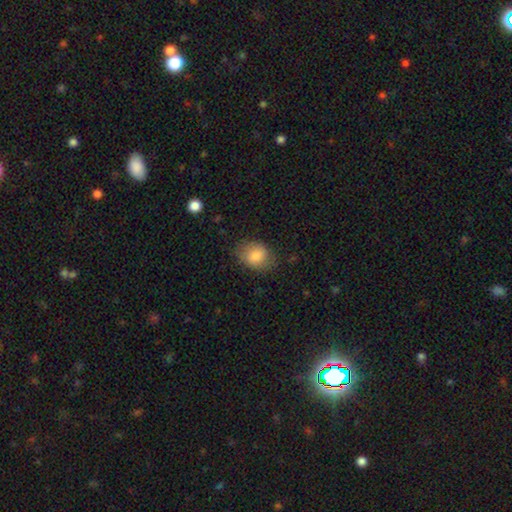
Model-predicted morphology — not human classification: Smooth or featured: smooth — 82% (featured or disk — 10%)
How rounded: in between — 62% (round — 37%)
Merging: none — 73% (minor disturbance — 20%)